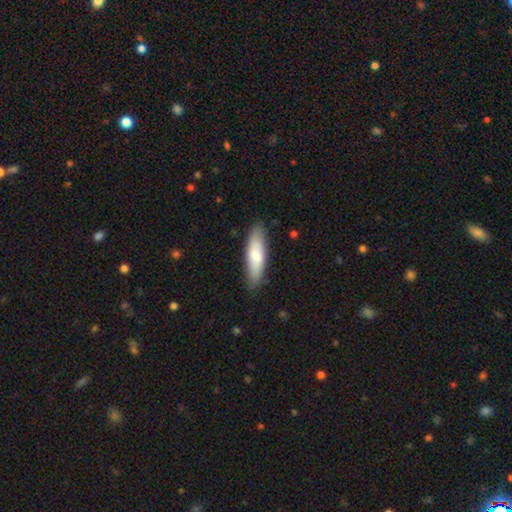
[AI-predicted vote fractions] A smooth galaxy with no disk features (70%) that is cigar-shaped (55%). Merging: none (85%).